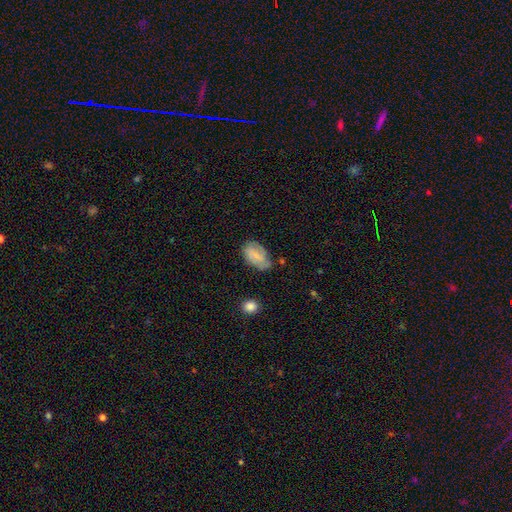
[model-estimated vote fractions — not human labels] smooth_or_featured: smooth (p=0.59) [alt: featured or disk p=0.33]
how_rounded: in between (p=0.90) [alt: round p=0.08]
merging: none (p=0.58) [alt: minor disturbance p=0.31]